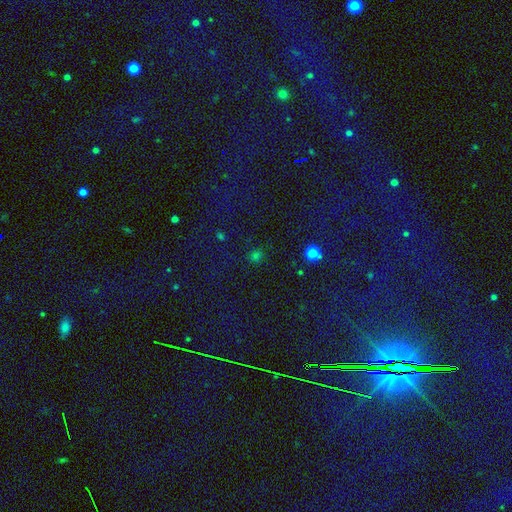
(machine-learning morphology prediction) This is possibly a smooth galaxy (52%). How rounded: clearly round (85%). Merging: clearly none (84%).